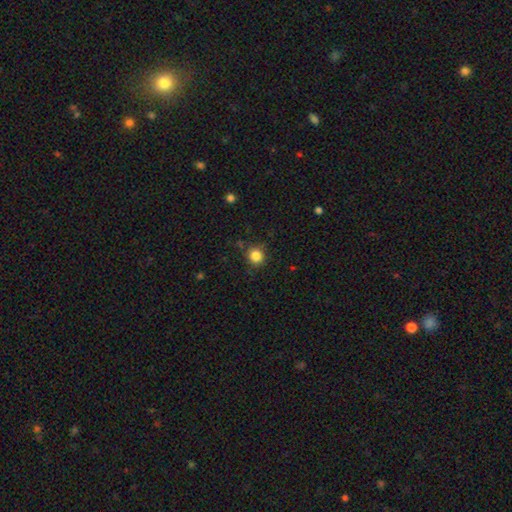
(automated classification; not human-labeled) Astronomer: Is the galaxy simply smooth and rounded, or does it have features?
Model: smooth — 84%.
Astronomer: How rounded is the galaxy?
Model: round — 90%.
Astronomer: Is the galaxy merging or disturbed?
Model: none — 84%.